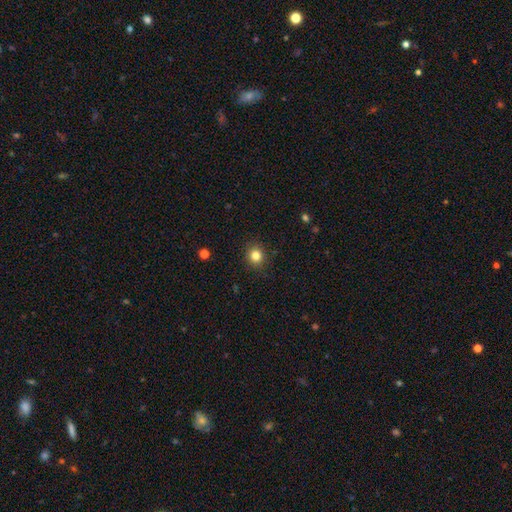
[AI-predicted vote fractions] Smooth or featured?
  - smooth: 82% *
  - star or artifact: 12%
  - featured or disk: 6%
How rounded?
  - round: 85% *
  - in between: 14%
  - cigar-shaped: 1%
Merging?
  - none: 89% *
  - minor disturbance: 7%
  - major disturbance: 2%
  - merger: 1%